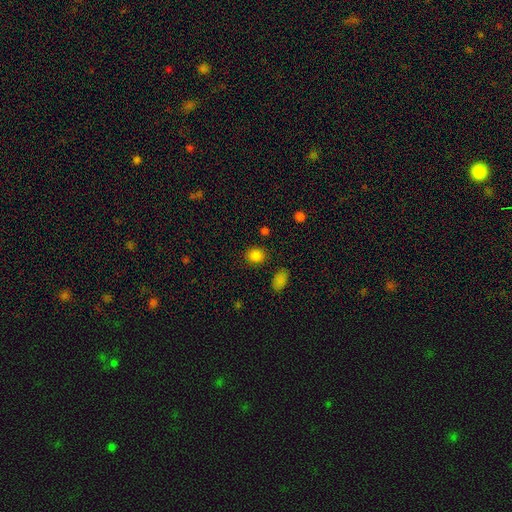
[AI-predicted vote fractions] The model was most divided on "how rounded": round: 70%, in between: 29%, cigar-shaped: 1%. More confident: merging — none (86%); smooth or featured — smooth (84%).